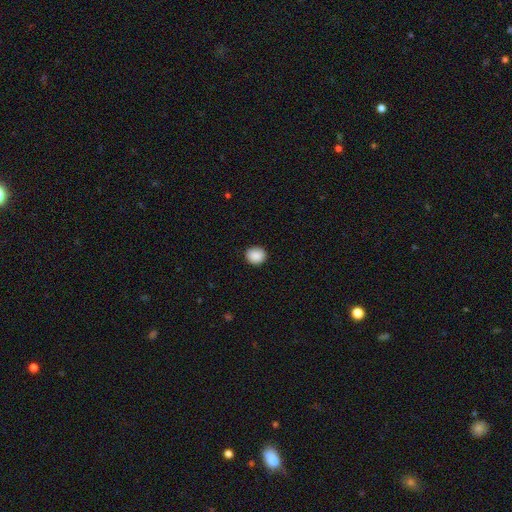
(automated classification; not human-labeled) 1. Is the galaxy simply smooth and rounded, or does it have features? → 89% smooth, 8% star or artifact, 3% featured or disk.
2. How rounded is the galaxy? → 75% round, 24% in between, 1% cigar-shaped.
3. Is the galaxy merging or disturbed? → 89% none, 8% minor disturbance, 2% major disturbance, 1% merger.